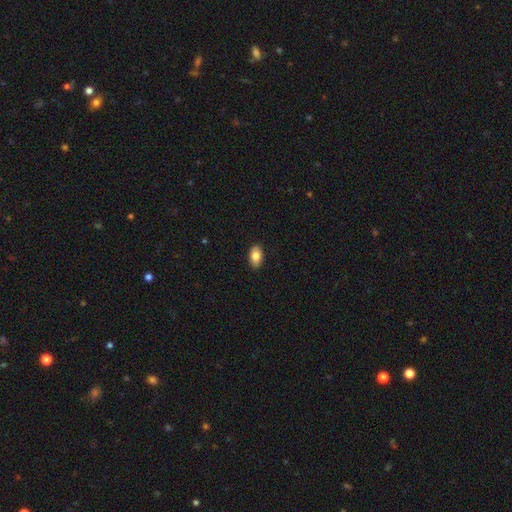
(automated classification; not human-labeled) smooth-or-featured: smooth: 85% | featured or disk: 8% | star or artifact: 7%
  how-rounded: in between: 93% | round: 5% | cigar-shaped: 2%
  merging: none: 90% | minor disturbance: 8% | major disturbance: 2% | merger: 1%